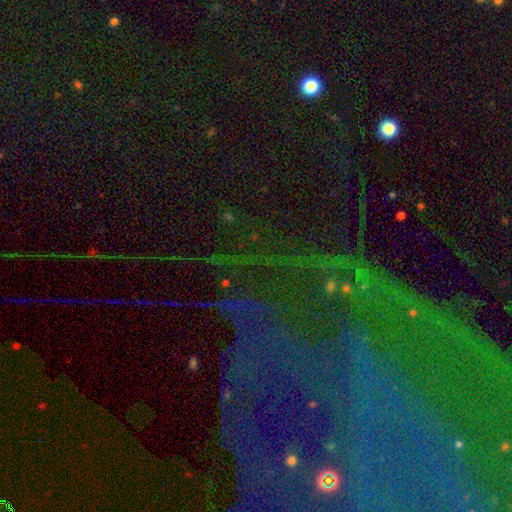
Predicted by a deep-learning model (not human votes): The model was most divided on "smooth or featured": star or artifact: 65%, featured or disk: 21%, smooth: 14%.